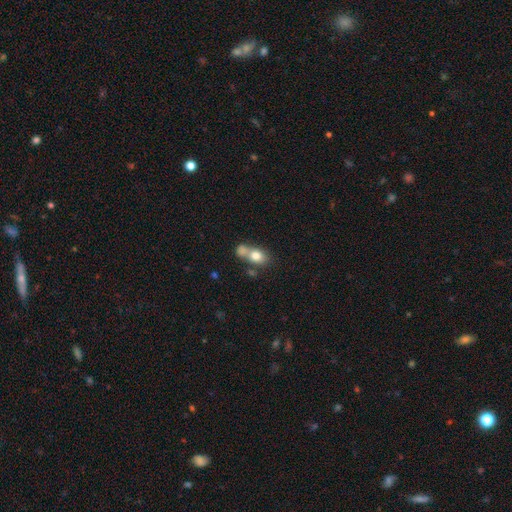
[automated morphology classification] This is likely a smooth galaxy (77%). How rounded: possibly in between (59%). Merging: possibly merger (54%).